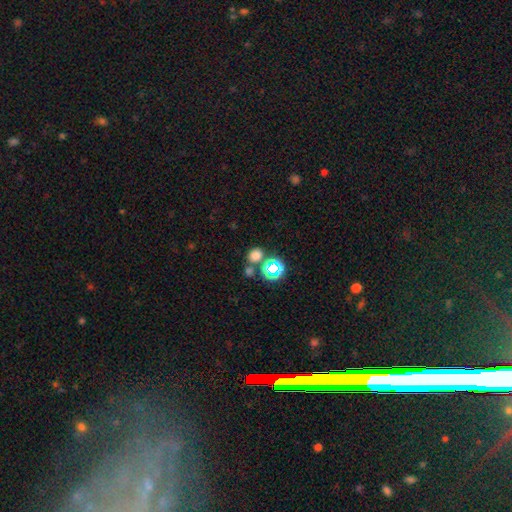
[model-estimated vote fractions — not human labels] Smooth or featured? Predicted: smooth (p=0.68). How rounded? Predicted: round (p=0.69). Merging? Predicted: none (p=0.62).